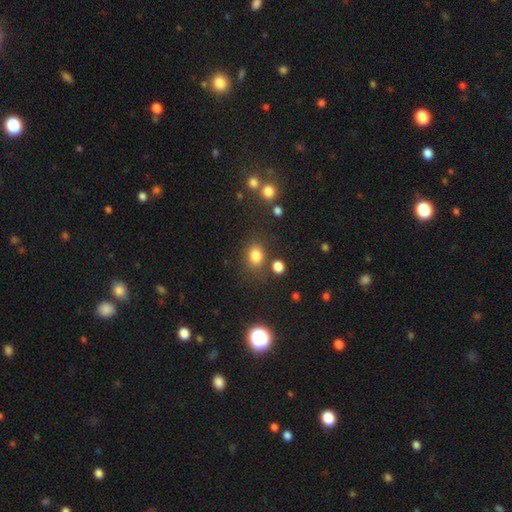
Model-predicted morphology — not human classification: Smooth or featured? smooth (81%)
How rounded? in between (56%)
Merging? none (73%)